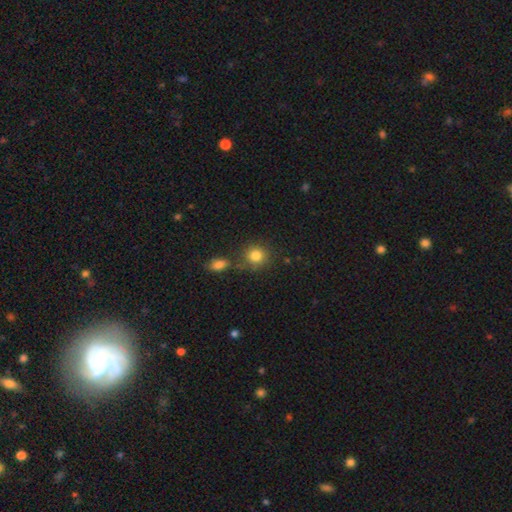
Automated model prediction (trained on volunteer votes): smooth 82%, star or artifact 11%, featured or disk 7%. Down the decision tree: how rounded — round (84%); merging — none (71%).